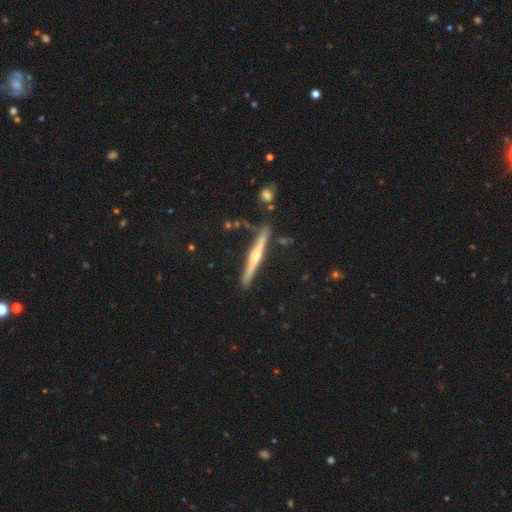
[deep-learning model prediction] Morphology: type=featured or disk (75%); edge-on=yes (98%); edge-on bulge=rounded (86%); merging=none (85%).